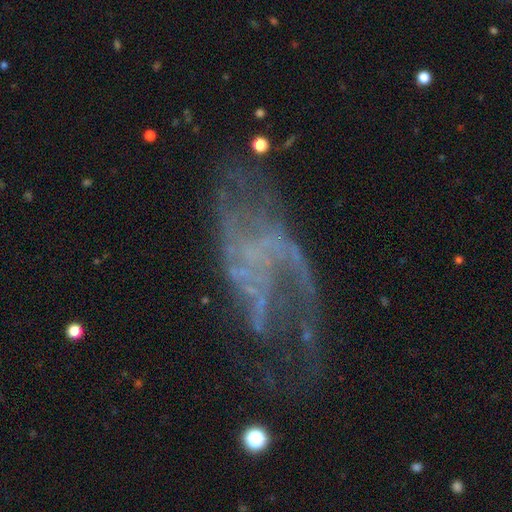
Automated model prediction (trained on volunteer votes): Overall: featured or disk (75%). Edge-on disk: no (96%). Bar: no (70%). Spiral arms: yes (69%; no 31%). Bulge size: none (80%). Merging: major disturbance (42%; none 37%).